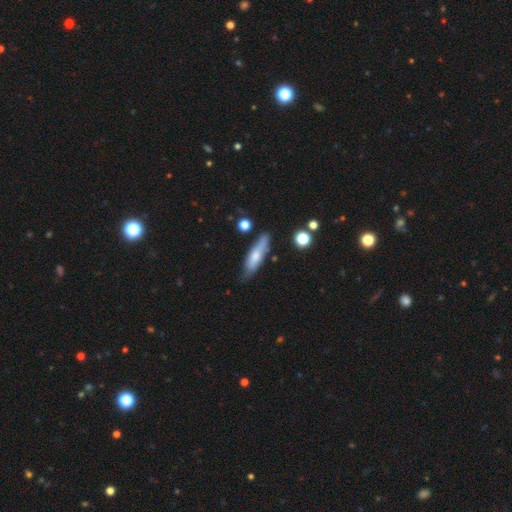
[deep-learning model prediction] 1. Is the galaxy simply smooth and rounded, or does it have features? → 62% smooth, 32% featured or disk, 6% star or artifact.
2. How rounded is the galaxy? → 64% cigar-shaped, 34% in between, 2% round.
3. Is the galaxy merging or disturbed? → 70% none, 22% minor disturbance, 4% major disturbance, 3% merger.